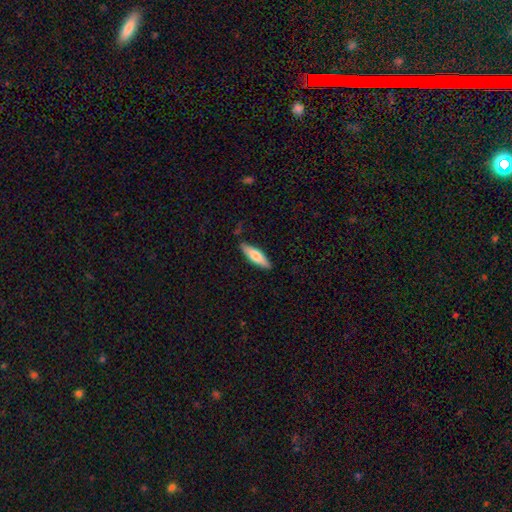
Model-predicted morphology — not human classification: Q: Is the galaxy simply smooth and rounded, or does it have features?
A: smooth — 66%.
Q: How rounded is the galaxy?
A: cigar-shaped — 60%.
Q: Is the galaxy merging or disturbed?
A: none — 84%.